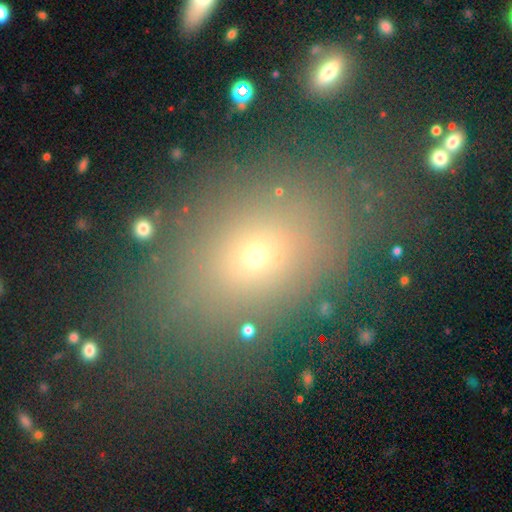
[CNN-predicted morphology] type=smooth (60%); roundness=in between (68%); merging=none (75%).